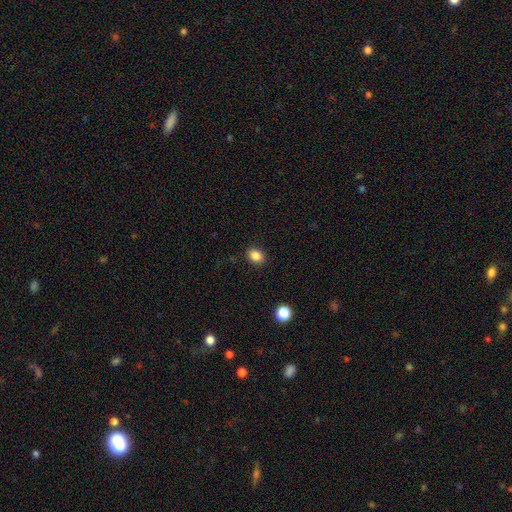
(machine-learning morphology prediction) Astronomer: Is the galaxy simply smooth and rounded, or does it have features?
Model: smooth — 85%.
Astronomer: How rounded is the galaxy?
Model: in between — 60% (runner-up: round, 39%).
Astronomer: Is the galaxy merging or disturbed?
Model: none — 88%.